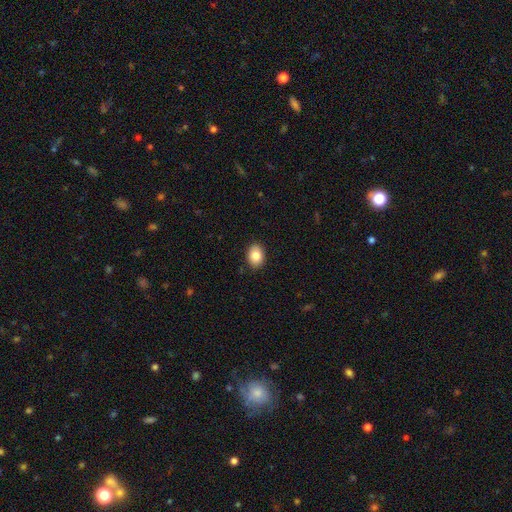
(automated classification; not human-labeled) This appears to be a smooth galaxy with no disk features (84%) that is in between round and cigar-shaped (74%). Merging: none (90%).